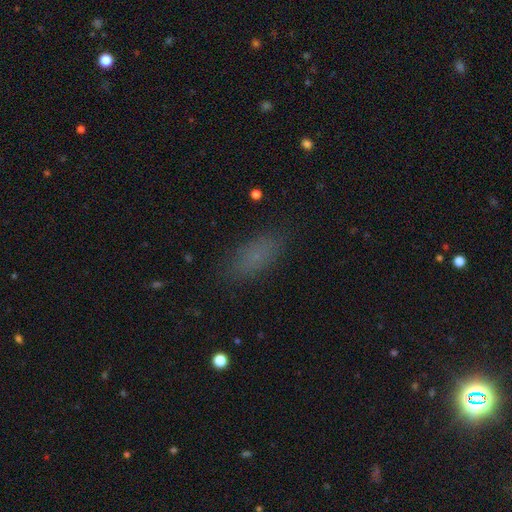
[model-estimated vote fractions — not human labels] Q: Smooth or featured?
A: smooth (75%); runner-up: star or artifact (16%)
Q: How rounded?
A: in between (81%); runner-up: cigar-shaped (15%)
Q: Merging?
A: none (81%); runner-up: minor disturbance (13%)